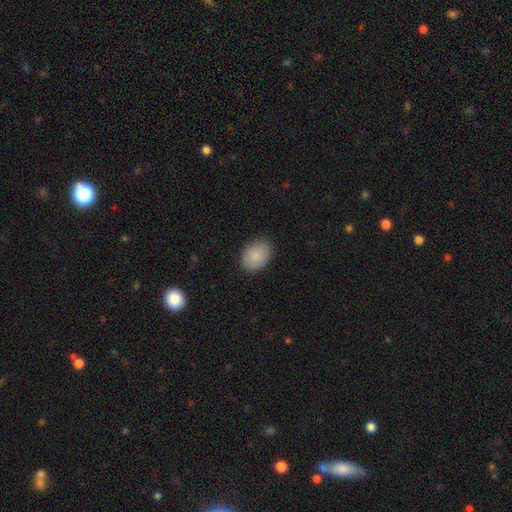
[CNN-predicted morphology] Q: Smooth or featured?
A: smooth (88%); runner-up: star or artifact (7%)
Q: How rounded?
A: in between (73%); runner-up: round (26%)
Q: Merging?
A: none (87%); runner-up: minor disturbance (10%)